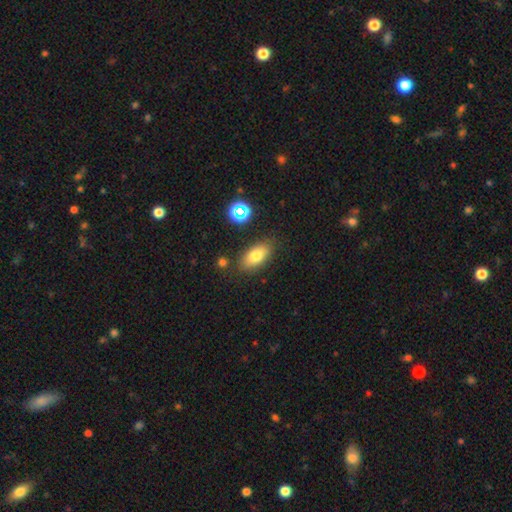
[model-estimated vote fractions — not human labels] This is likely a smooth galaxy (77%). How rounded: clearly in between (88%). Merging: clearly none (81%).